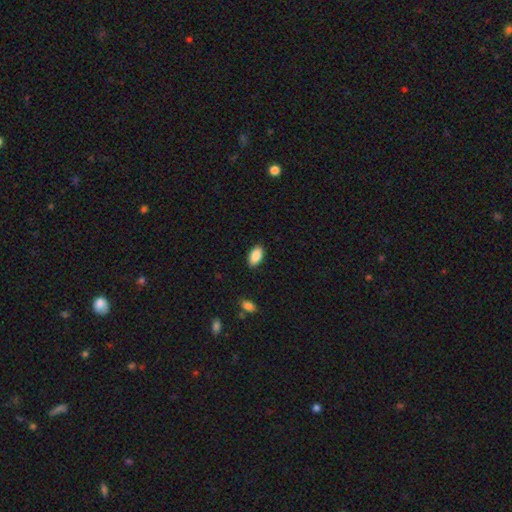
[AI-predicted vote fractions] smooth 88%, star or artifact 7%, featured or disk 6%. Down the decision tree: how rounded — in between (93%); merging — none (87%).